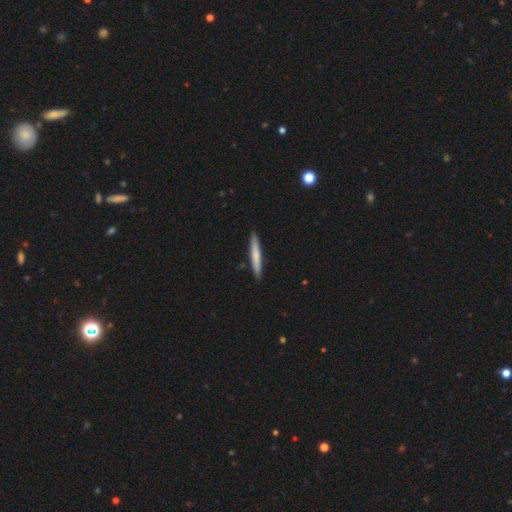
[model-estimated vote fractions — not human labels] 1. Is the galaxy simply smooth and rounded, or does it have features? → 70% smooth, 25% featured or disk, 5% star or artifact.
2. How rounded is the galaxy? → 96% cigar-shaped, 3% in between, 1% round.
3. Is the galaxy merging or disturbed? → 92% none, 6% minor disturbance, 1% major disturbance, 1% merger.